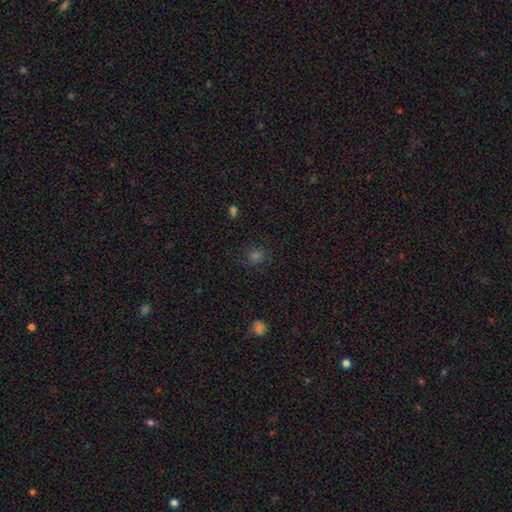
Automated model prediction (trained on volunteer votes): This is likely a smooth galaxy (68%). How rounded: clearly round (85%). Merging: clearly none (87%).